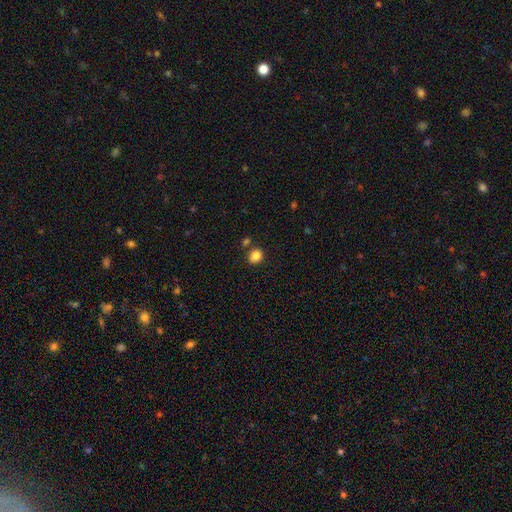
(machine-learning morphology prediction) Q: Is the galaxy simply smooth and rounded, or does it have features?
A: smooth — 85%.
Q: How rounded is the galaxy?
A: round — 70%.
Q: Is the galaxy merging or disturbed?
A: none — 81%.